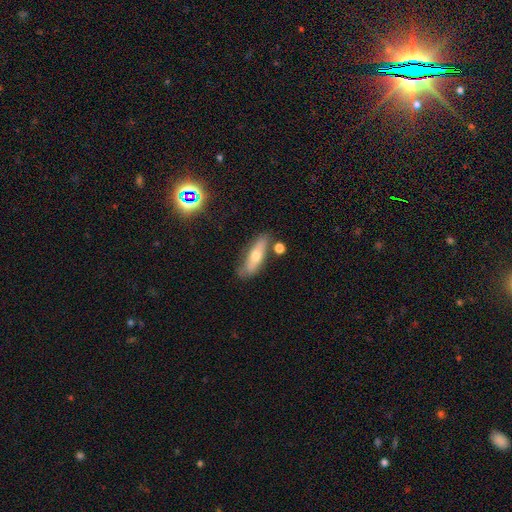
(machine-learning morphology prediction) This appears to be a smooth galaxy with no disk features (48%). Merging: none (73%).